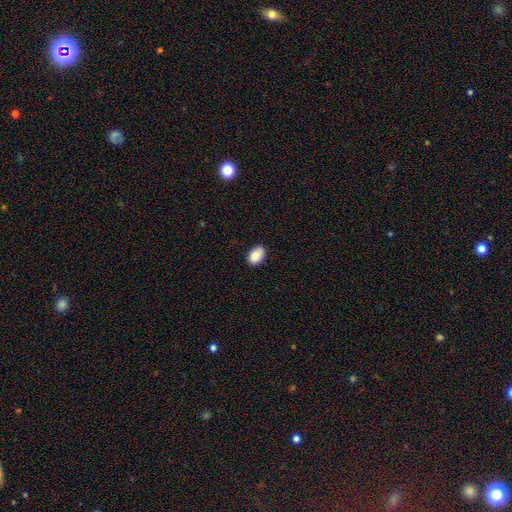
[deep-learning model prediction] smooth 88%, star or artifact 7%, featured or disk 4%. Down the decision tree: how rounded — in between (89%); merging — none (83%).